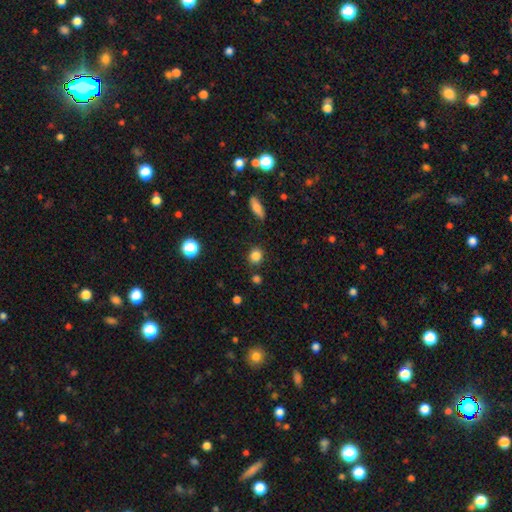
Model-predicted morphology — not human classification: The model was most divided on "how rounded": round: 75%, in between: 23%, cigar-shaped: 2%. More confident: smooth or featured — smooth (84%); merging — none (84%).